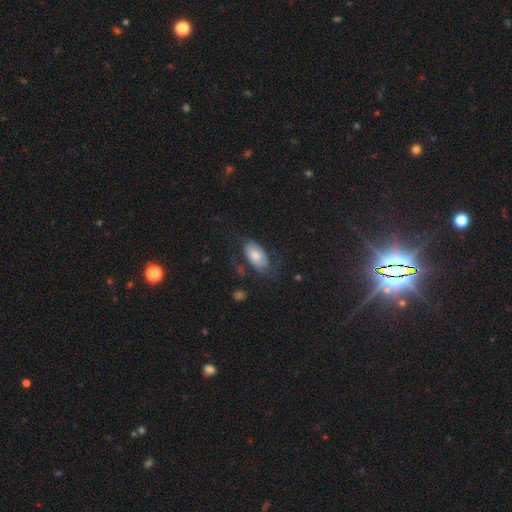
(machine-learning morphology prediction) type=smooth (57%); roundness=in between (93%); merging=none (51%).